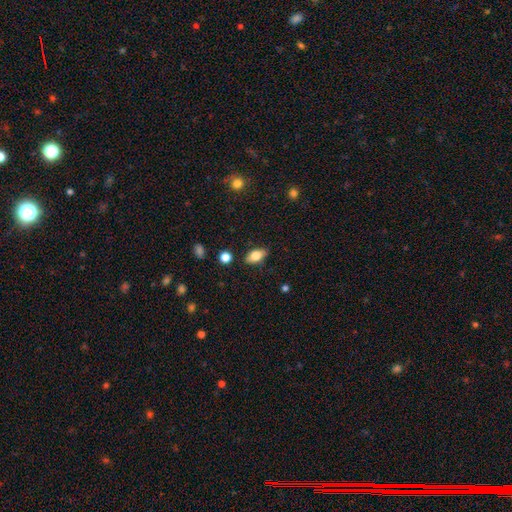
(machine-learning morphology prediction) Smooth or featured? Predicted: smooth (p=0.76). How rounded? Predicted: in between (p=0.88). Merging? Predicted: none (p=0.85).